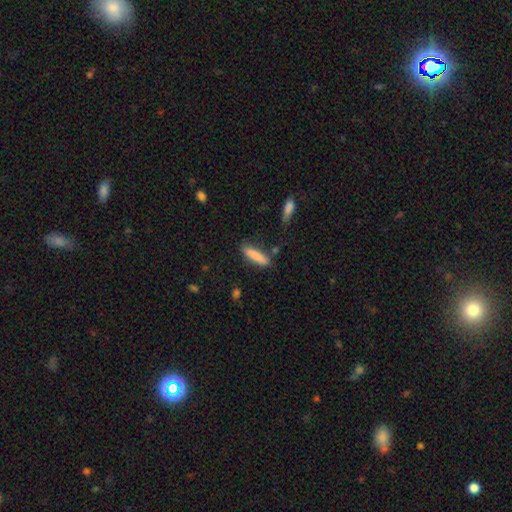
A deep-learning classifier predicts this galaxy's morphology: Q: Smooth or featured?
A: smooth (85%); runner-up: featured or disk (8%)
Q: How rounded?
A: cigar-shaped (73%); runner-up: in between (26%)
Q: Merging?
A: none (77%); runner-up: minor disturbance (15%)